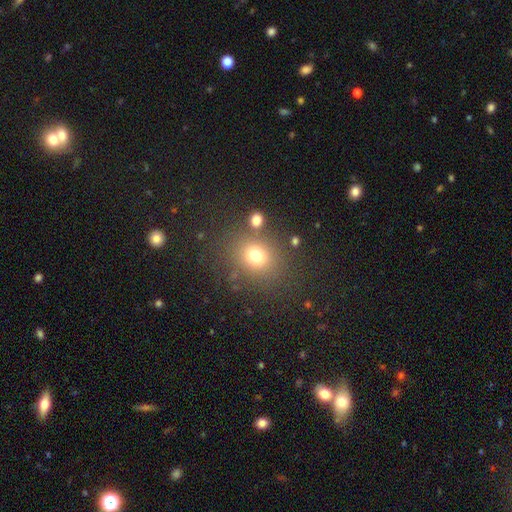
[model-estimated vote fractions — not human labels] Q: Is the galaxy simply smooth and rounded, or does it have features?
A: smooth — 73%.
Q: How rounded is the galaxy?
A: round — 66%.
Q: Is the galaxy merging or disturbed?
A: none — 76%.